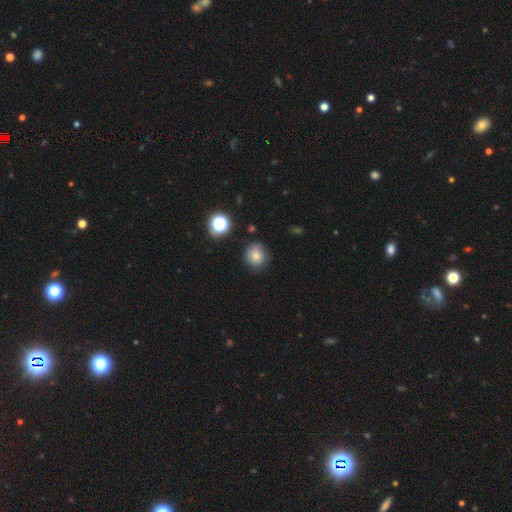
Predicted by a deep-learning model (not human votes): smooth_or_featured: smooth (p=0.73) [alt: featured or disk p=0.14]
how_rounded: round (p=0.85) [alt: in between p=0.14]
merging: none (p=0.73) [alt: minor disturbance p=0.20]